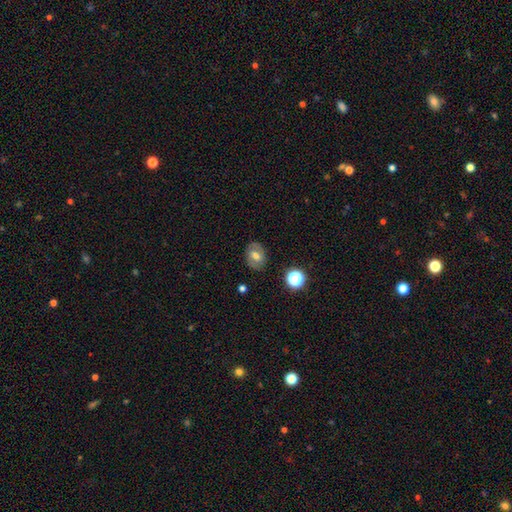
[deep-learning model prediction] smooth 55%, featured or disk 34%, star or artifact 11%. Down the decision tree: how rounded — in between (53%); merging — none (82%).